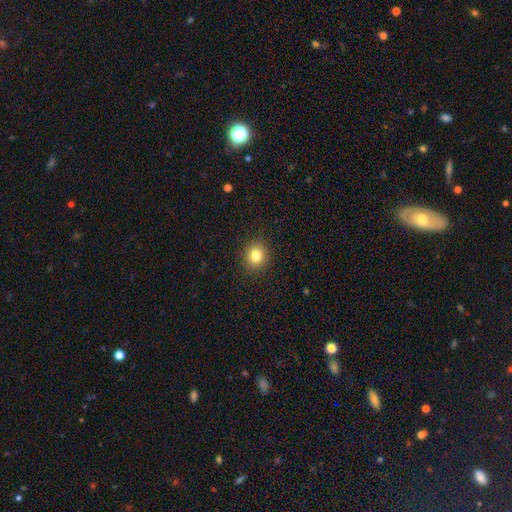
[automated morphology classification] smooth-or-featured: smooth: 81% | star or artifact: 12% | featured or disk: 7%
  how-rounded: round: 82% | in between: 17% | cigar-shaped: 1%
  merging: none: 91% | minor disturbance: 6% | major disturbance: 2% | merger: 1%